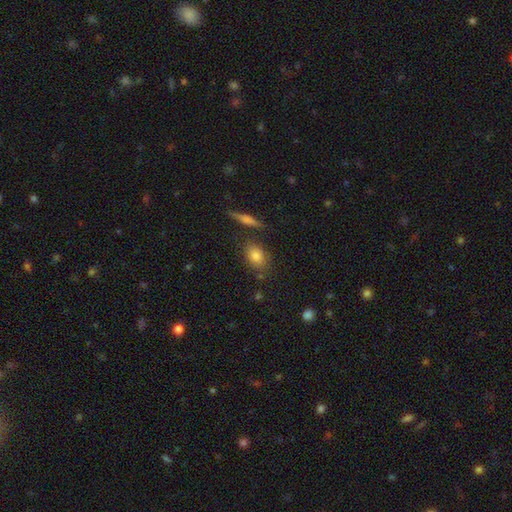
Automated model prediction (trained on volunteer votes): A smooth galaxy with no disk features (80%) that is in between round and cigar-shaped (71%).

Vote fractions:
- Smooth or featured? smooth: 80% / featured or disk: 11% / star or artifact: 9%
- How rounded? in between: 71% / round: 25% / cigar-shaped: 4%
- Merging? none: 75% / minor disturbance: 14% / merger: 7% / major disturbance: 4%